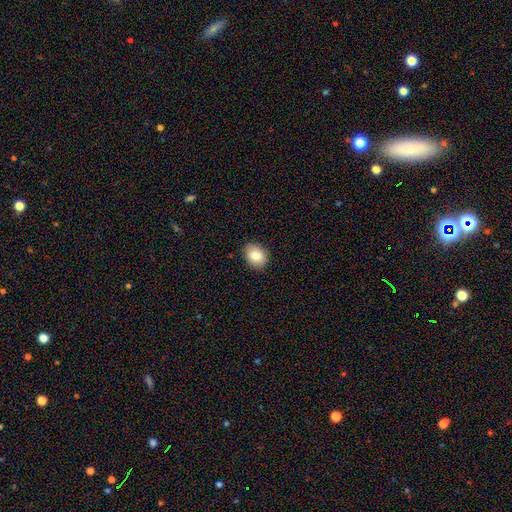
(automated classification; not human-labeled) Q: Smooth or featured?
A: smooth (82%); runner-up: featured or disk (10%)
Q: How rounded?
A: in between (60%); runner-up: round (40%)
Q: Merging?
A: none (89%); runner-up: minor disturbance (8%)